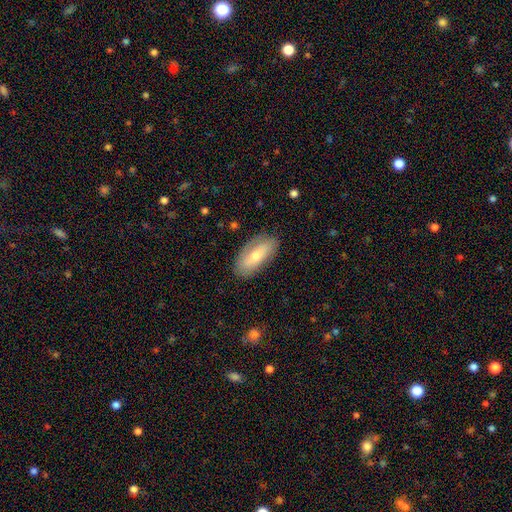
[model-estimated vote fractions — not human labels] Smooth or featured?
  - smooth: 61% *
  - featured or disk: 33%
  - star or artifact: 6%
How rounded?
  - in between: 86% *
  - cigar-shaped: 11%
  - round: 3%
Merging?
  - none: 83% *
  - minor disturbance: 13%
  - major disturbance: 3%
  - merger: 1%